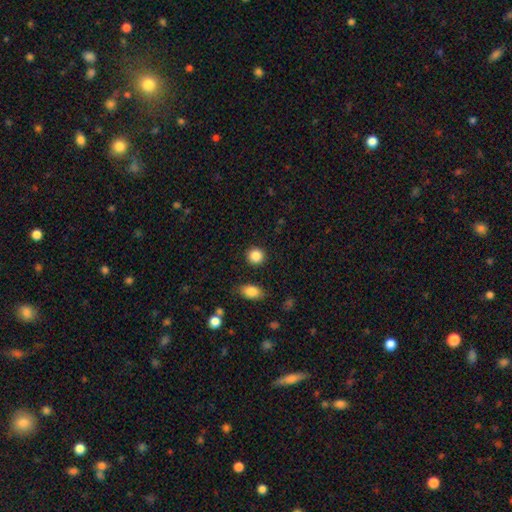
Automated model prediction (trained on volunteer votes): Smooth or featured?
  - smooth: 87% *
  - star or artifact: 9%
  - featured or disk: 4%
How rounded?
  - round: 90% *
  - in between: 9%
  - cigar-shaped: 1%
Merging?
  - none: 90% *
  - minor disturbance: 6%
  - major disturbance: 2%
  - merger: 2%